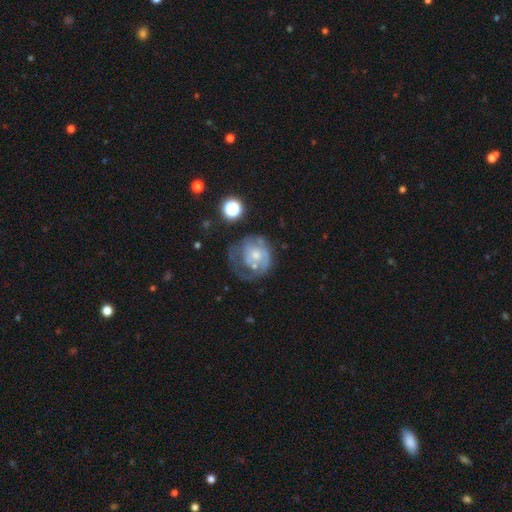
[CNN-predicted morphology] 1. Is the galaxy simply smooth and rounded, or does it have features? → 66% featured or disk, 26% smooth, 8% star or artifact.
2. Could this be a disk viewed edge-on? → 98% no, 2% yes.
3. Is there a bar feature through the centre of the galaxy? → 80% no, 17% weak, 3% strong.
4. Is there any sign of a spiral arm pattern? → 66% yes, 34% no.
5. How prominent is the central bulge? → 44% moderate, 43% small, 7% none, 5% large, 1% dominant.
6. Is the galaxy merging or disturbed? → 37% none, 35% major disturbance, 22% minor disturbance, 6% merger.